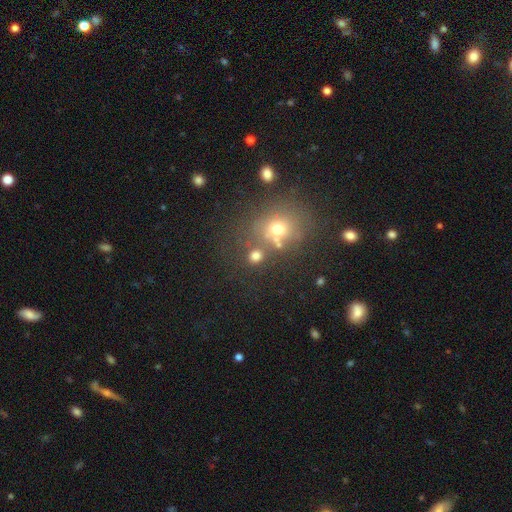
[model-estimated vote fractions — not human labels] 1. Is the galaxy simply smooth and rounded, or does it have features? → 72% smooth, 19% star or artifact, 9% featured or disk.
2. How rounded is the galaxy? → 80% round, 19% in between, 1% cigar-shaped.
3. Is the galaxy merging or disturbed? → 66% none, 18% merger, 10% minor disturbance, 6% major disturbance.